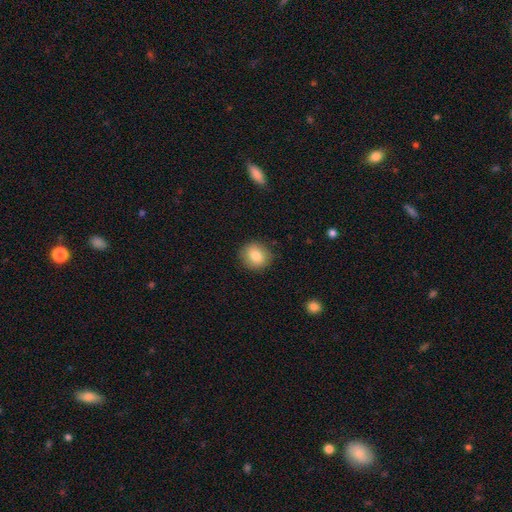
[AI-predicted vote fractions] Morphology: type=smooth (83%); roundness=round (81%); merging=none (89%).